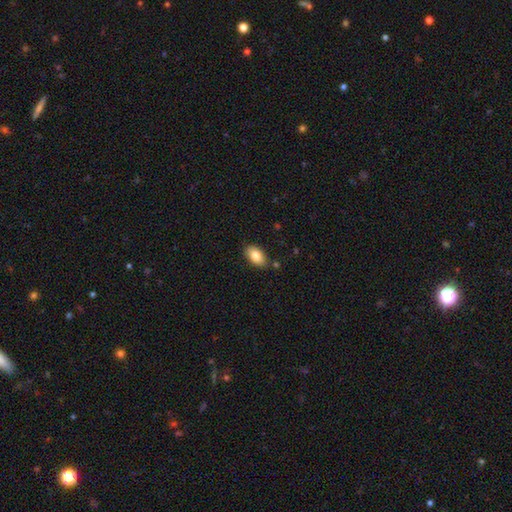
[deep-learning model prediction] This is clearly a smooth galaxy (83%). How rounded: clearly in between (92%). Merging: clearly none (82%).